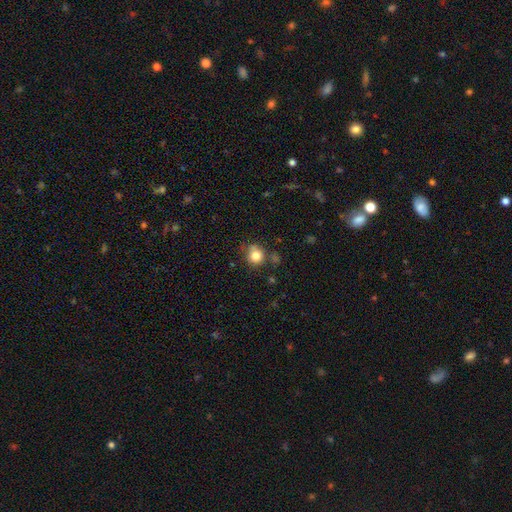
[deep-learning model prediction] The model was most divided on "merging": none: 69%, minor disturbance: 17%, merger: 9%, major disturbance: 5%. More confident: how rounded — round (87%); smooth or featured — smooth (80%).